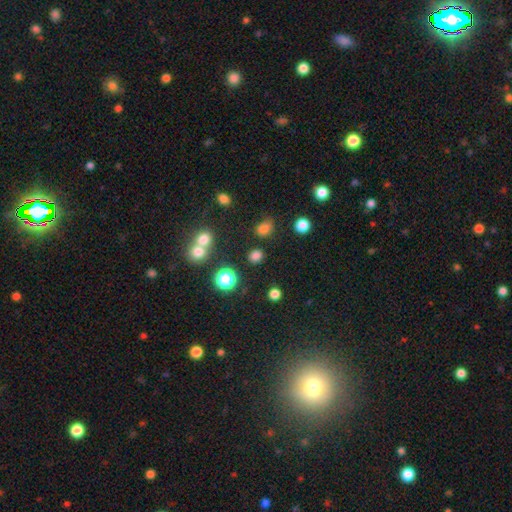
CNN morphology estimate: type=smooth (74%); roundness=round (76%); merging=none (78%).